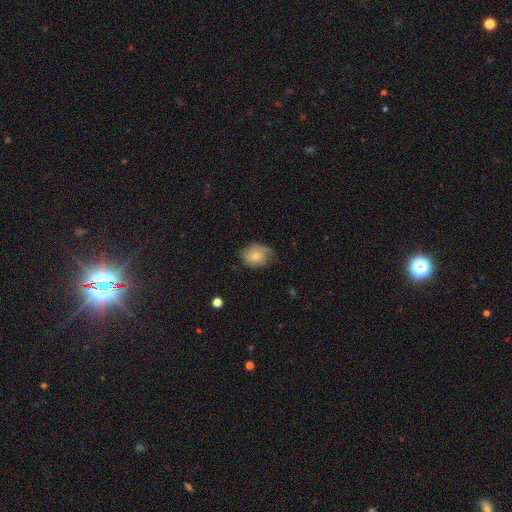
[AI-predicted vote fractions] Smooth or featured: smooth — 60% (featured or disk — 31%)
How rounded: round — 51% (in between — 48%)
Merging: none — 53% (minor disturbance — 33%)